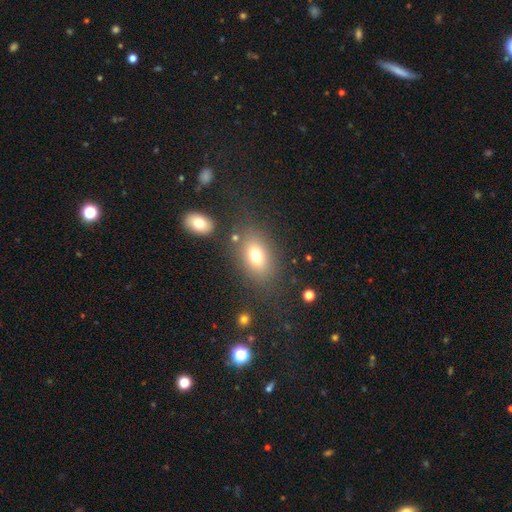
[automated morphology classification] A smooth galaxy with no disk features (72%) that is in between round and cigar-shaped (75%).

Vote fractions:
- Smooth or featured? smooth: 72% / featured or disk: 15% / star or artifact: 13%
- How rounded? in between: 75% / round: 23% / cigar-shaped: 2%
- Merging? none: 74% / minor disturbance: 13% / major disturbance: 7% / merger: 6%